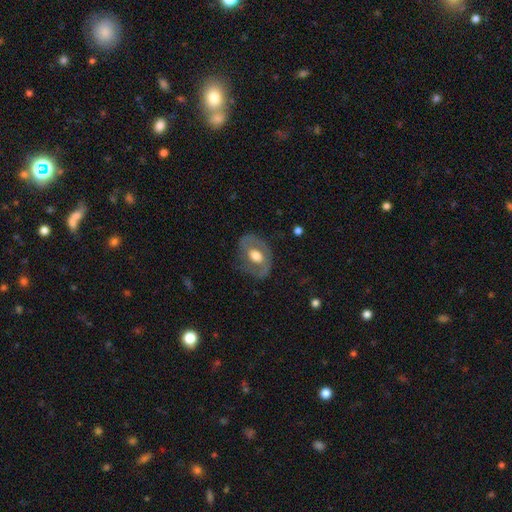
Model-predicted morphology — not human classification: This is possibly a featured or disk galaxy (57%). It is clearly not viewed edge-on (94%). Bar: likely no (65%). Spiral arm pattern: likely no (61%). Central bulge: possibly moderate (59%). Merging: likely none (66%).